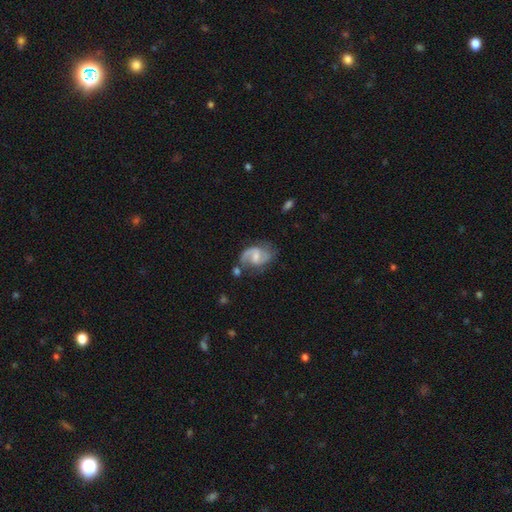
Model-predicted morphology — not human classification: The model was most divided on "bulge size": small: 42%, moderate: 35%, none: 17%, large: 4%, dominant: 1%. Remaining: edge-on disk — no (98%); spiral arms — yes (94%); spiral arm count — 2 (82%); smooth or featured — featured or disk (82%); bar — weak (58%); merging — none (57%); spiral winding — medium (48%).